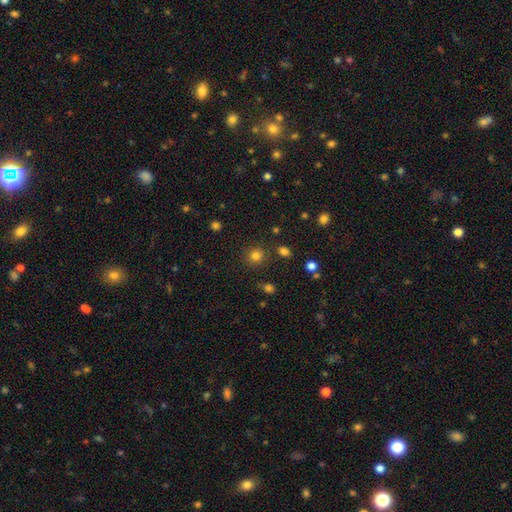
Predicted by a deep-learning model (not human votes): The model was most divided on "smooth or featured": smooth: 80%, star or artifact: 14%, featured or disk: 6%. More confident: how rounded — round (90%); merging — none (85%).